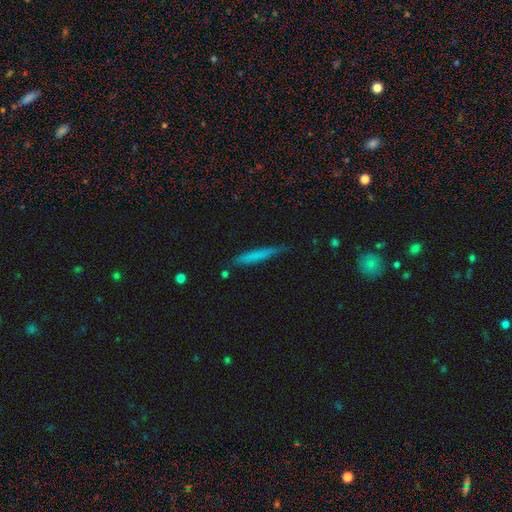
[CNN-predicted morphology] The model was most divided on "smooth or featured": smooth: 68%, featured or disk: 25%, star or artifact: 7%. More confident: how rounded — cigar-shaped (95%); merging — none (78%).